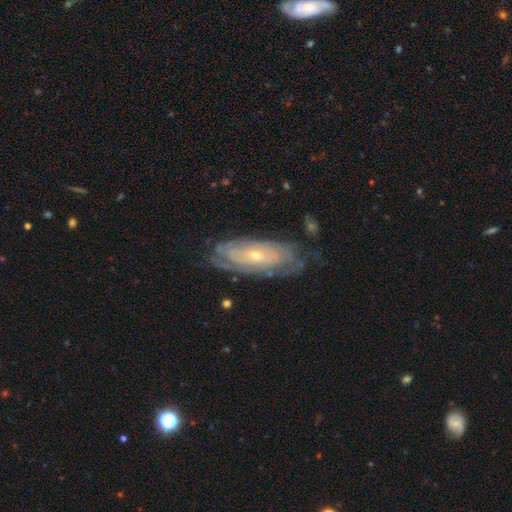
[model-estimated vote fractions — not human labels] The model was most divided on "bulge size": small: 68%, moderate: 29%, large: 1%, none: 1%, dominant: 1%. More confident: edge-on disk — no (88%); spiral arms — yes (85%); smooth or featured — featured or disk (78%); spiral winding — tight (76%); bar — no (76%); merging — none (69%); spiral arm count — can't tell (61%).